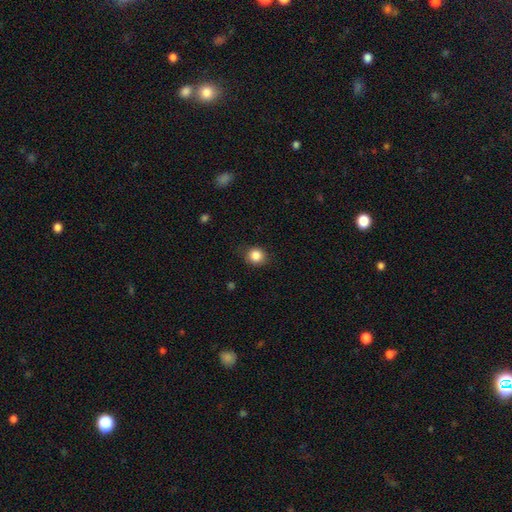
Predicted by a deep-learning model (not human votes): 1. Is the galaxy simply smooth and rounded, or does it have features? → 86% smooth, 10% star or artifact, 4% featured or disk.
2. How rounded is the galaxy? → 82% round, 17% in between, 1% cigar-shaped.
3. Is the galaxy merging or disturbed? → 83% none, 13% minor disturbance, 3% major disturbance, 1% merger.